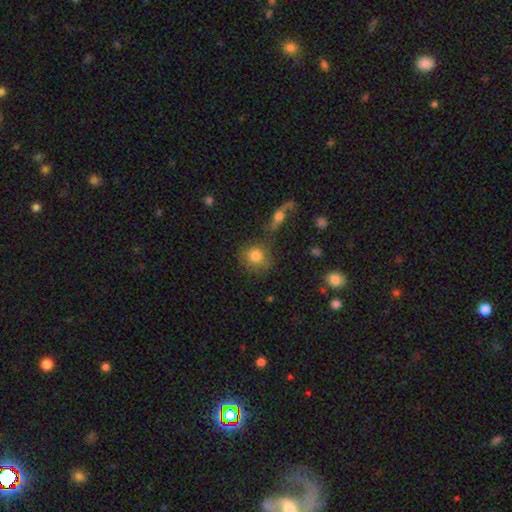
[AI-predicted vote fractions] Overall: smooth (77%). How rounded: round (84%). Merging: none (65%).